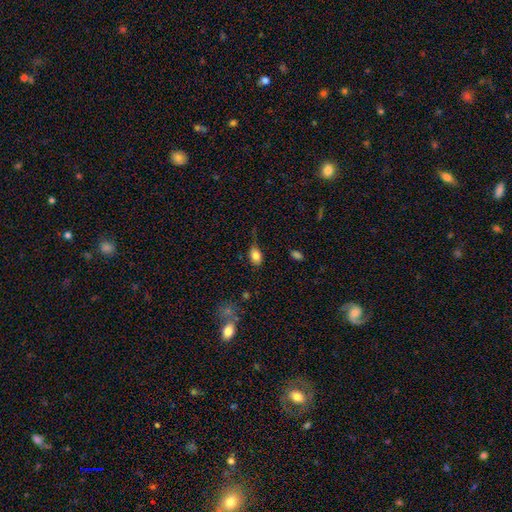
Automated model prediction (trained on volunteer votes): Smooth or featured? Predicted: smooth (p=0.82). How rounded? Predicted: in between (p=0.80). Merging? Predicted: none (p=0.51).